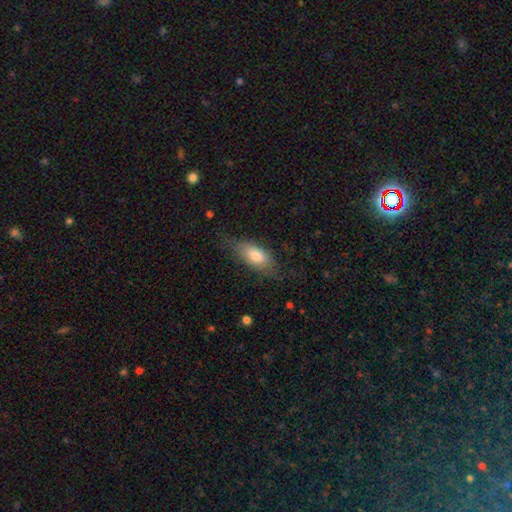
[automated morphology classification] Smooth or featured? Predicted: smooth (p=0.76). How rounded? Predicted: in between (p=0.83). Merging? Predicted: none (p=0.65).